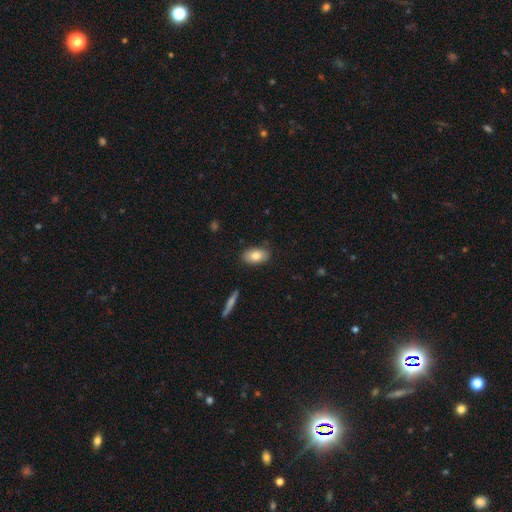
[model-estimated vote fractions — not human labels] smooth_or_featured: smooth (p=0.81) [alt: featured or disk p=0.12]
how_rounded: in between (p=0.92) [alt: round p=0.06]
merging: none (p=0.86) [alt: minor disturbance p=0.11]